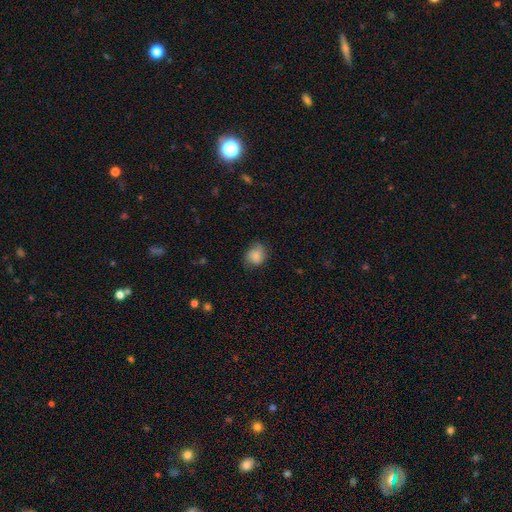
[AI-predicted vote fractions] Smooth or featured?
  - smooth: 81% *
  - featured or disk: 11%
  - star or artifact: 8%
How rounded?
  - round: 61% *
  - in between: 38%
  - cigar-shaped: 1%
Merging?
  - none: 65% *
  - minor disturbance: 26%
  - major disturbance: 7%
  - merger: 1%